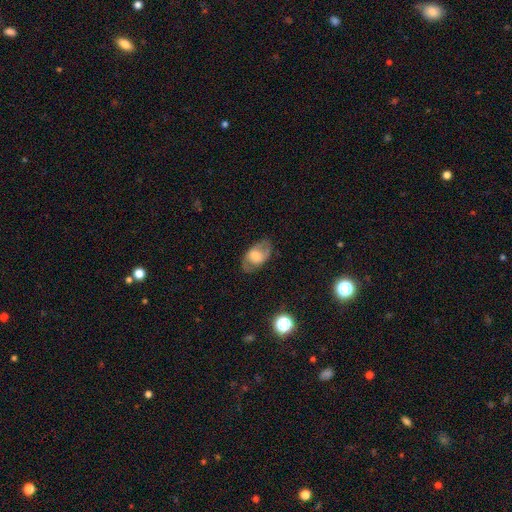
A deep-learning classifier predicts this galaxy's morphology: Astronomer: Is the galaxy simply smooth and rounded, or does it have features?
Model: featured or disk — 53% (runner-up: smooth, 39%).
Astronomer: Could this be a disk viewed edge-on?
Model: no — 92%.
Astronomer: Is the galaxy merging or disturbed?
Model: none — 74%.